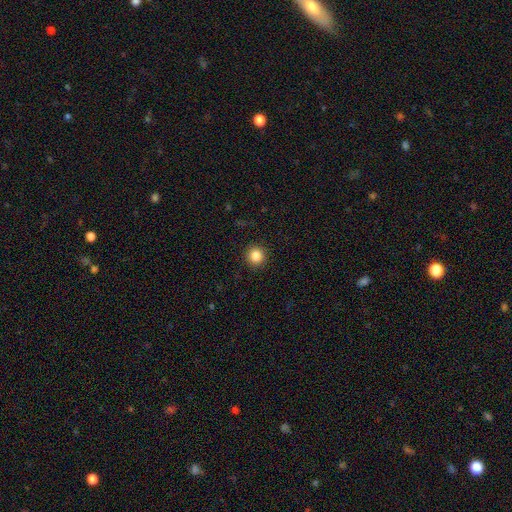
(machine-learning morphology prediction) smooth-or-featured: smooth: 86% | star or artifact: 10% | featured or disk: 4%
  how-rounded: round: 94% | in between: 5% | cigar-shaped: 1%
  merging: none: 92% | minor disturbance: 5% | major disturbance: 2% | merger: 1%